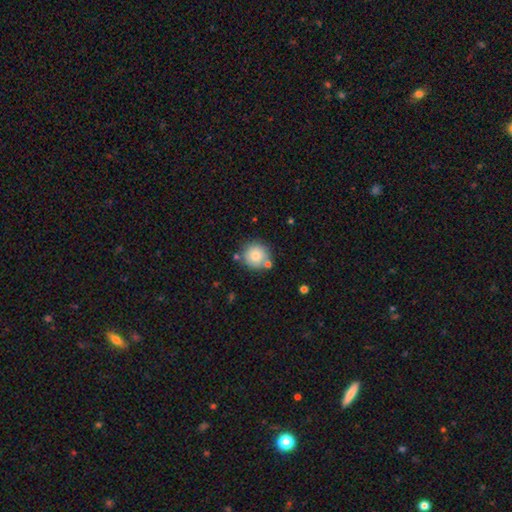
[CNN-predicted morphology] Smooth or featured? smooth (81%)
How rounded? round (94%)
Merging? none (76%)